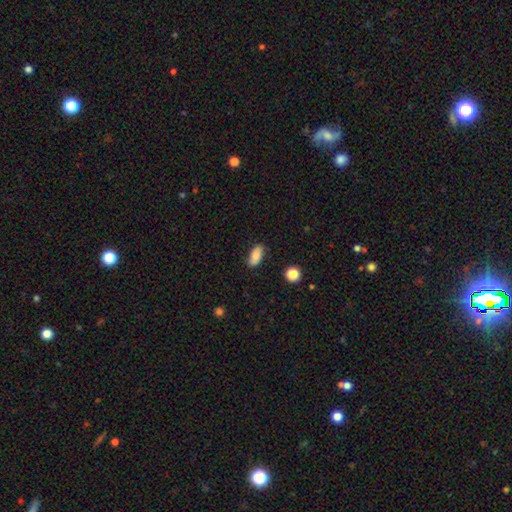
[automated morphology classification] Smooth or featured? smooth (78%)
How rounded? in between (88%)
Merging? none (83%)